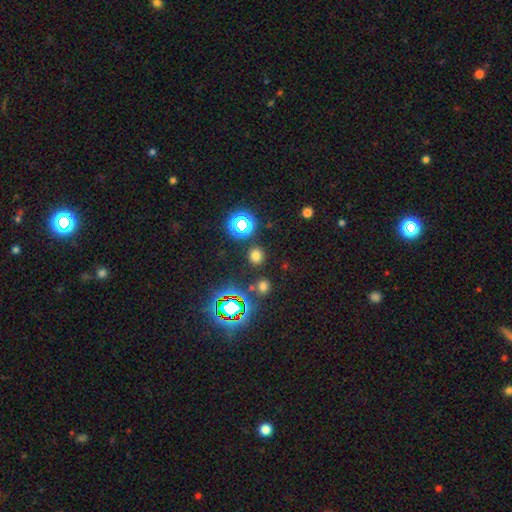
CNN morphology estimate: smooth_or_featured: smooth (p=0.67) [alt: star or artifact p=0.28]
how_rounded: round (p=0.86) [alt: in between p=0.13]
merging: none (p=0.86) [alt: minor disturbance p=0.07]